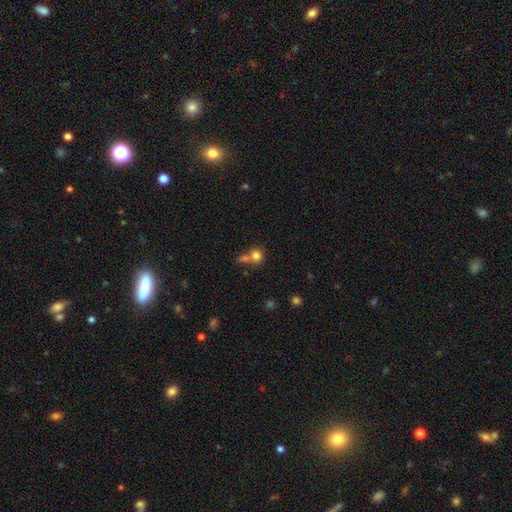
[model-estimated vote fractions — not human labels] Q: Smooth or featured?
A: smooth (77%); runner-up: star or artifact (13%)
Q: How rounded?
A: round (85%); runner-up: in between (14%)
Q: Merging?
A: merger (45%); runner-up: none (42%)